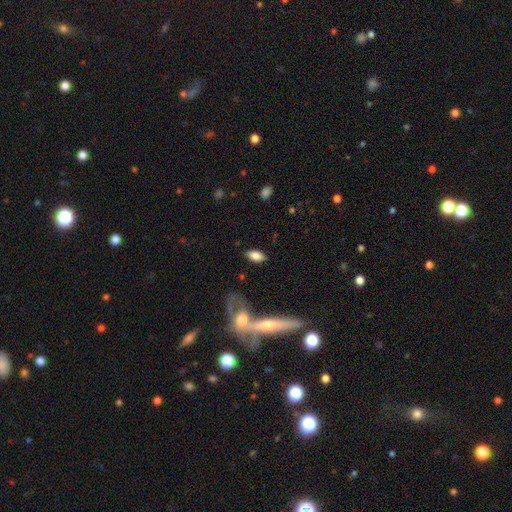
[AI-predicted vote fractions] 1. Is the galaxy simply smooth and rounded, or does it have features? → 79% smooth, 13% featured or disk, 7% star or artifact.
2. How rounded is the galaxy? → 90% in between, 6% cigar-shaped, 4% round.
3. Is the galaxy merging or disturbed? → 80% none, 12% minor disturbance, 4% major disturbance, 4% merger.